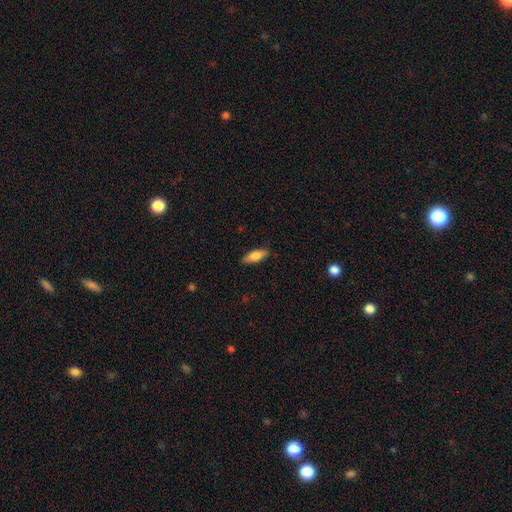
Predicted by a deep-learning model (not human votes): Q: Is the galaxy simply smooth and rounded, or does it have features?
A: smooth — 76%.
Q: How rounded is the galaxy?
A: in between — 66%.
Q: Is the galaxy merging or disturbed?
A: none — 86%.